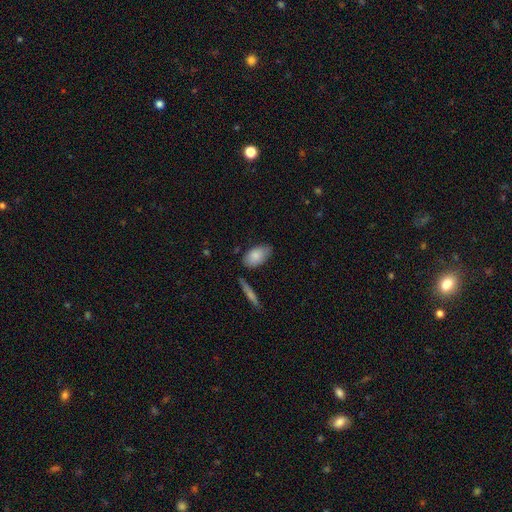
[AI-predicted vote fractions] This is clearly a smooth galaxy (82%). How rounded: clearly in between (92%). Merging: likely none (71%).